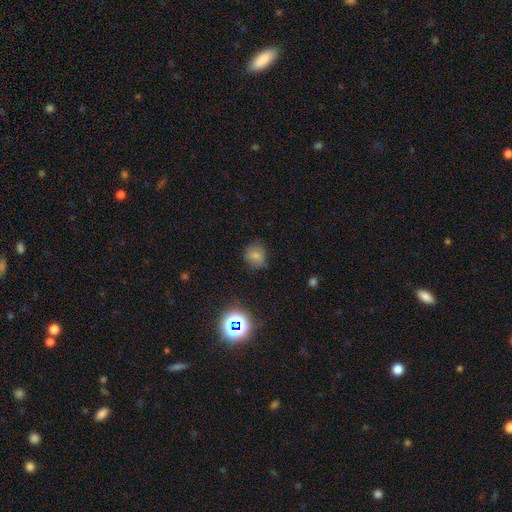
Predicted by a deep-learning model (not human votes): A smooth galaxy with no disk features (70%) that is round (77%). Merging: none (67%).